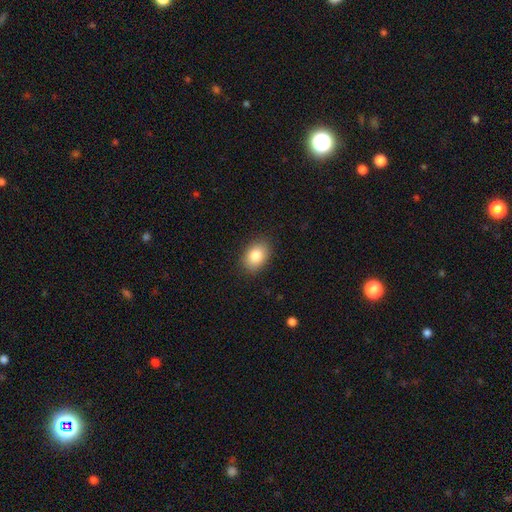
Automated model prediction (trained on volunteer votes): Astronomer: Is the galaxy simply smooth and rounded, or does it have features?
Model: smooth — 85%.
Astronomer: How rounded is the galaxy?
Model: in between — 78%.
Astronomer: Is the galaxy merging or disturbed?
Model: none — 87%.